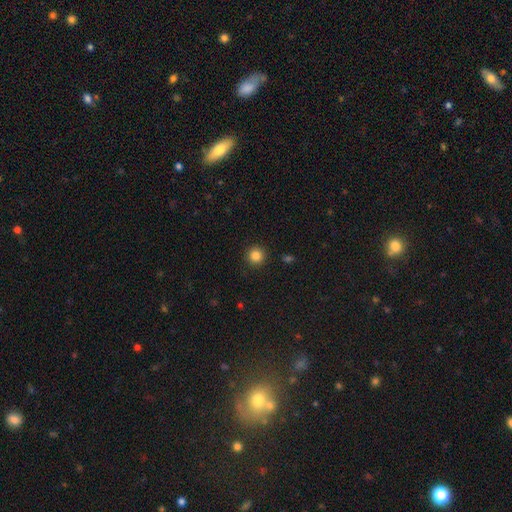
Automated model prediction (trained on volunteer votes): The model was most divided on "smooth or featured": smooth: 85%, star or artifact: 11%, featured or disk: 4%. More confident: how rounded — round (95%); merging — none (92%).